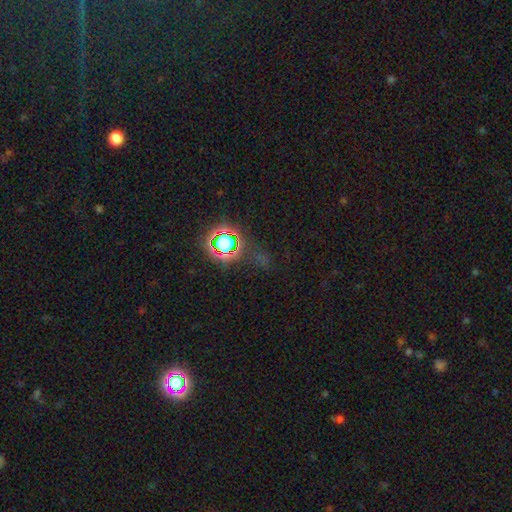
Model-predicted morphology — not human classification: This appears to be a star or artifact, not a galaxy (78%).